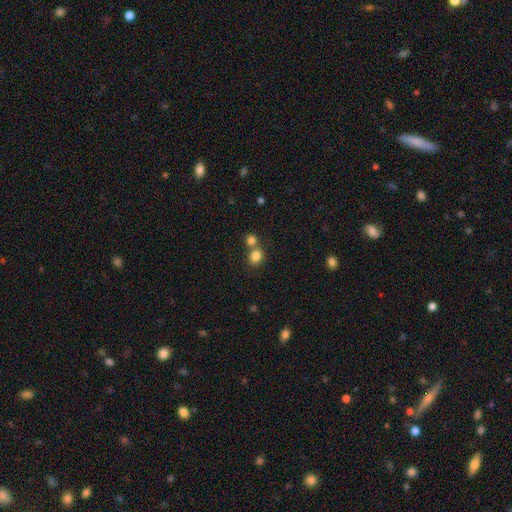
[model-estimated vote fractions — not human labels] The model was most divided on "merging": none: 51%, merger: 38%, minor disturbance: 8%, major disturbance: 3%. More confident: smooth or featured — smooth (83%); how rounded — round (71%).